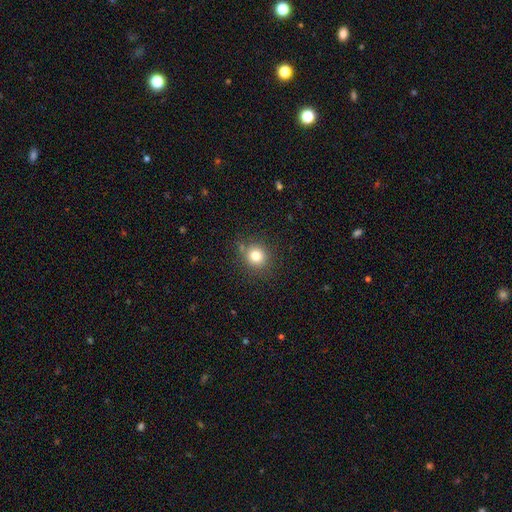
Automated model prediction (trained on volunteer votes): A smooth galaxy with no disk features (80%) that is round (87%).

Vote fractions:
- Smooth or featured? smooth: 80% / star or artifact: 13% / featured or disk: 7%
- How rounded? round: 87% / in between: 12% / cigar-shaped: 1%
- Merging? none: 82% / minor disturbance: 10% / merger: 4% / major disturbance: 3%